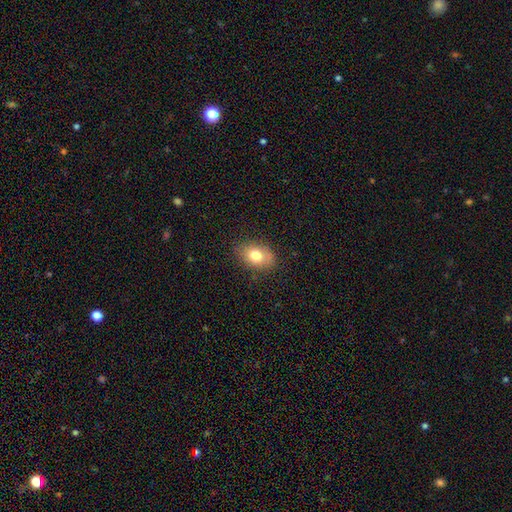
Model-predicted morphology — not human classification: Smooth or featured? Predicted: smooth (p=0.77). How rounded? Predicted: in between (p=0.80). Merging? Predicted: none (p=0.81).